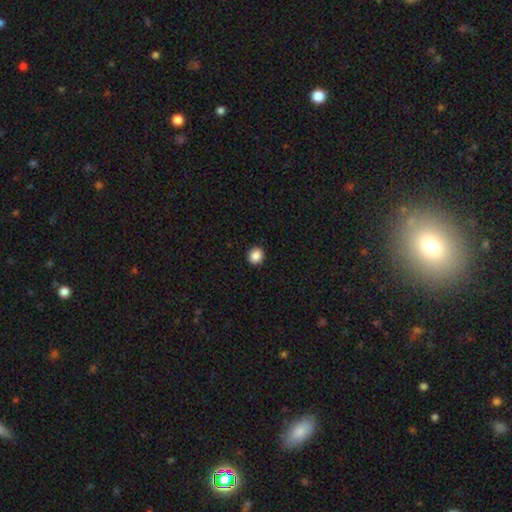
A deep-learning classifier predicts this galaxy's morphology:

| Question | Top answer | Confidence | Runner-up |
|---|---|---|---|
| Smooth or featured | smooth | 88% | star or artifact (10%) |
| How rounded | round | 85% | in between (14%) |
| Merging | none | 92% | minor disturbance (5%) |